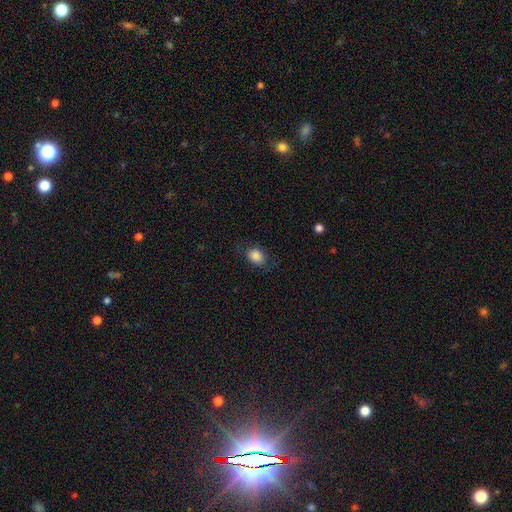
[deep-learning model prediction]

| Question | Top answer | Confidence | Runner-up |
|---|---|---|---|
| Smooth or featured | smooth | 86% | star or artifact (8%) |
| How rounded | in between | 68% | round (31%) |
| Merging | none | 77% | minor disturbance (16%) |